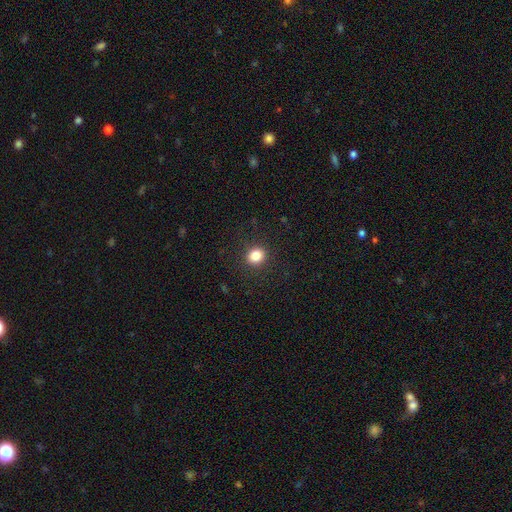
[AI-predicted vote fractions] A smooth galaxy with no disk features (84%) that is round (80%). Merging: none (90%).